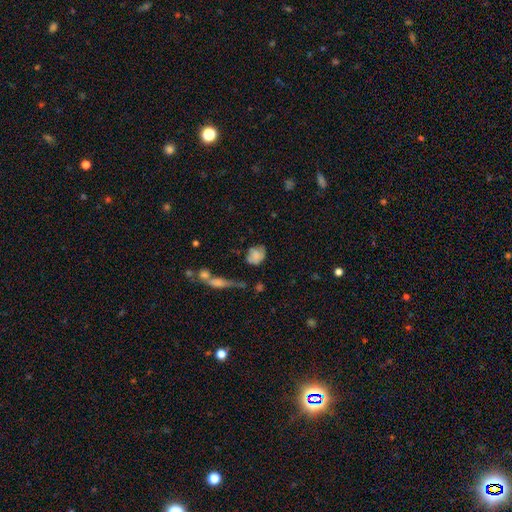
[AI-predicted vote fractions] smooth 69%, featured or disk 22%, star or artifact 9%. Down the decision tree: how rounded — in between (50%); merging — none (50%).